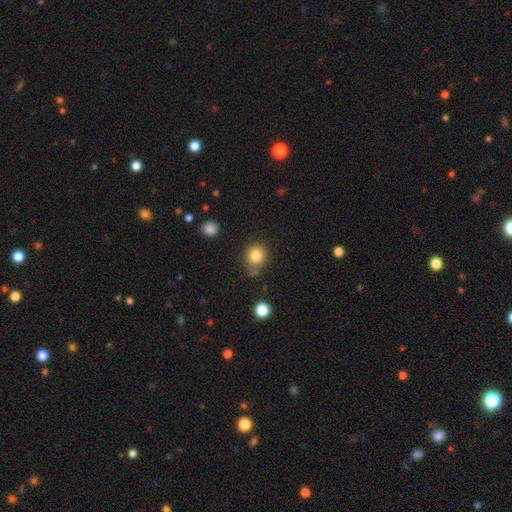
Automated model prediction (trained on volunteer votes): Smooth or featured? smooth (82%)
How rounded? round (81%)
Merging? none (68%)